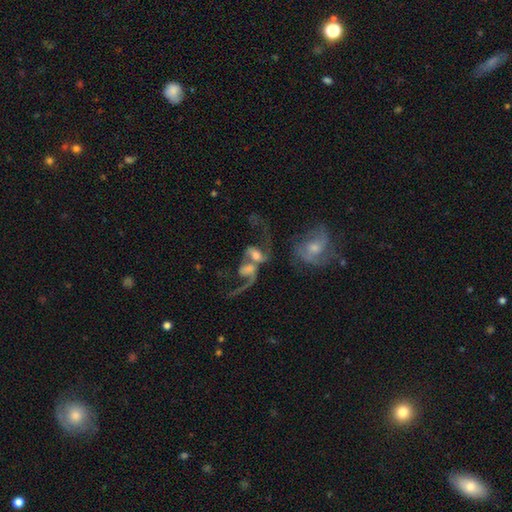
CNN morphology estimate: Overall: featured or disk (64%; smooth 25%). Edge-on disk: no (95%). Bar: no (57%; weak 31%). Spiral arms: yes (78%). Bulge size: moderate (42%; small 26%). Merging: merger (71%).